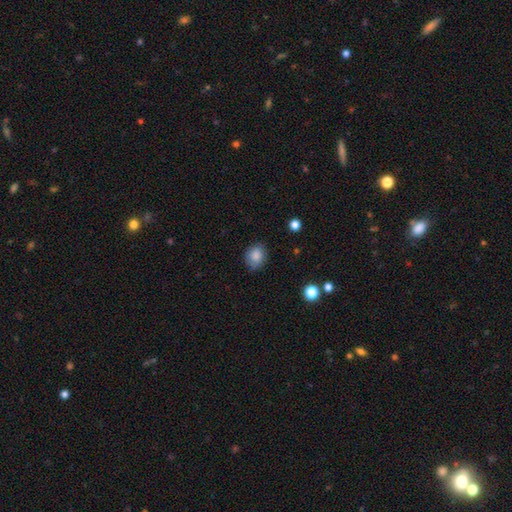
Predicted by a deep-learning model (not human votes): Smooth or featured?
  - smooth: 85% *
  - star or artifact: 9%
  - featured or disk: 6%
How rounded?
  - round: 56% *
  - in between: 43%
  - cigar-shaped: 1%
Merging?
  - none: 79% *
  - minor disturbance: 17%
  - major disturbance: 3%
  - merger: 1%